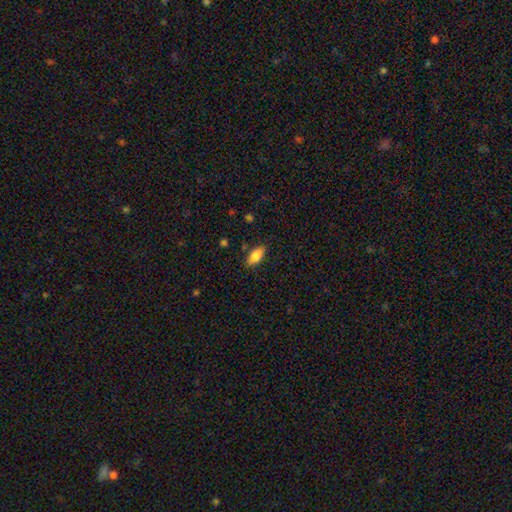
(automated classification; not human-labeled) The model was most divided on "smooth or featured": smooth: 81%, featured or disk: 11%, star or artifact: 7%. More confident: how rounded — in between (86%); merging — none (84%).